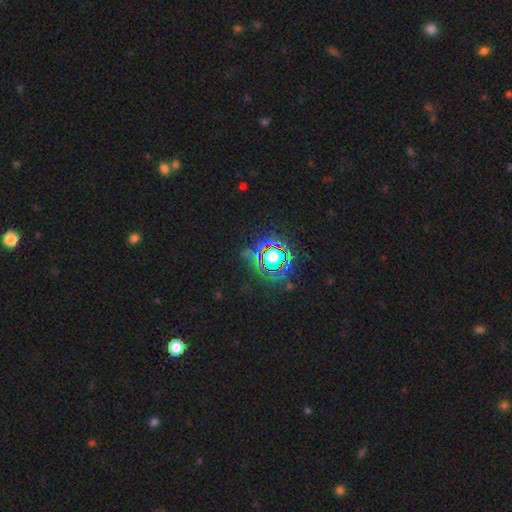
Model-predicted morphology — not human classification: Smooth or featured: star or artifact — 79% (smooth — 14%)